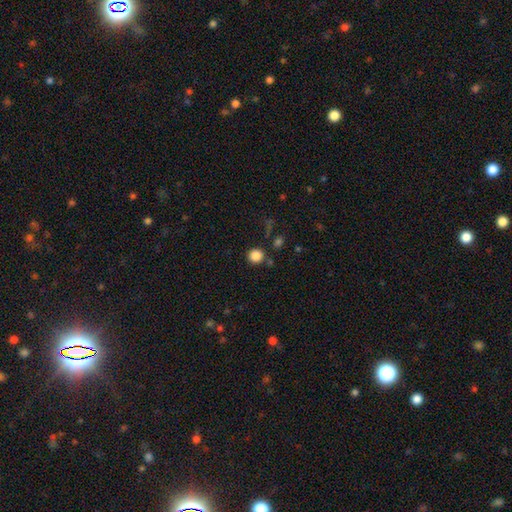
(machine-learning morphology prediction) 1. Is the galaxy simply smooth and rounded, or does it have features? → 85% smooth, 11% star or artifact, 4% featured or disk.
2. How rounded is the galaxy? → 92% round, 7% in between, 1% cigar-shaped.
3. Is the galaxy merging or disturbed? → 83% none, 8% minor disturbance, 6% merger, 3% major disturbance.